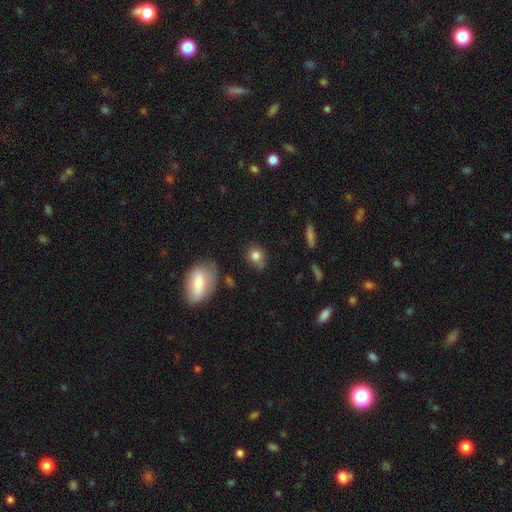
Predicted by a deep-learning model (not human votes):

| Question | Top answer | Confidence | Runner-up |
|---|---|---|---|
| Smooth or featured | smooth | 78% | featured or disk (11%) |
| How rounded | round | 53% | in between (45%) |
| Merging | none | 60% | minor disturbance (27%) |